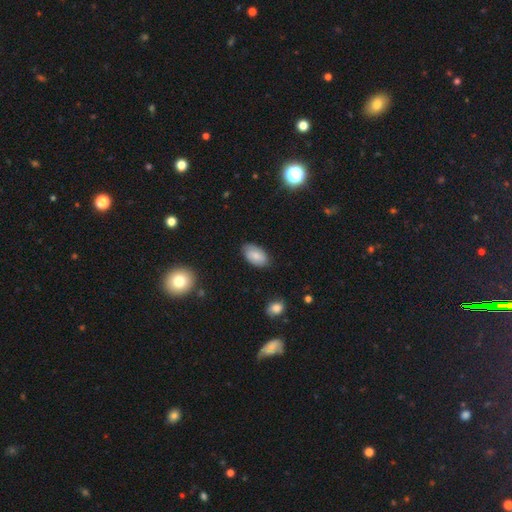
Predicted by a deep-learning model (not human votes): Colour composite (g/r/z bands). It shows a smooth galaxy with no disk features (74%) that is in between round and cigar-shaped (94%). Merging: none (79%).